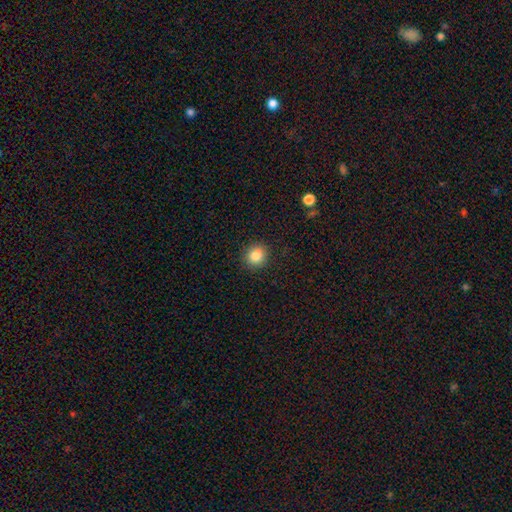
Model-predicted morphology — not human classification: This appears to be a smooth galaxy with no disk features (85%) that is round (83%). Merging: none (90%).